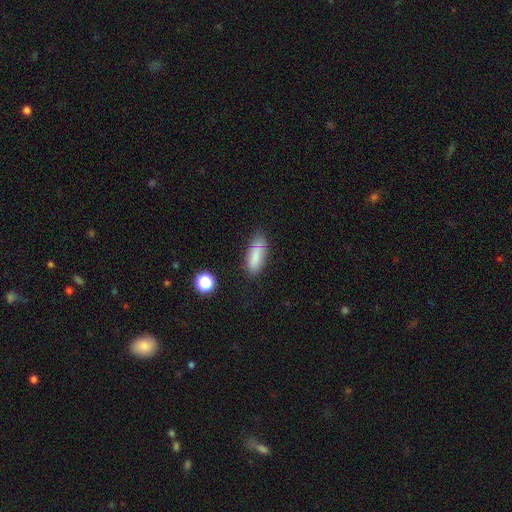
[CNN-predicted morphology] Smooth or featured: smooth — 81% (featured or disk — 10%)
How rounded: in between — 71% (cigar-shaped — 26%)
Merging: none — 69% (minor disturbance — 21%)